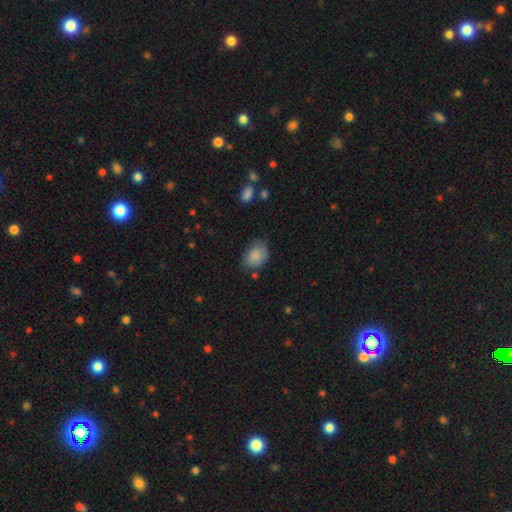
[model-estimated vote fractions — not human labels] smooth-or-featured: smooth: 86% | star or artifact: 7% | featured or disk: 7%
  how-rounded: in between: 73% | round: 26% | cigar-shaped: 1%
  merging: none: 64% | minor disturbance: 26% | major disturbance: 7% | merger: 3%